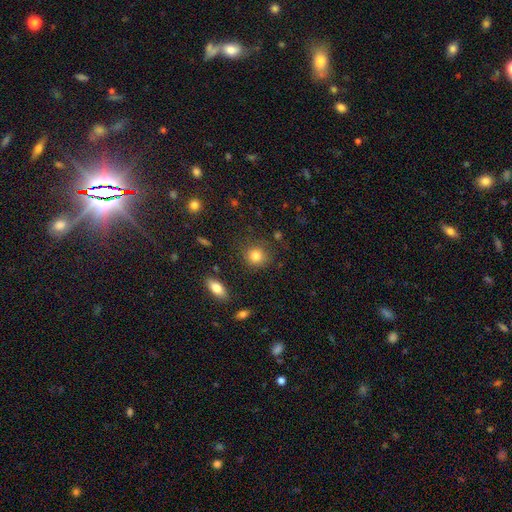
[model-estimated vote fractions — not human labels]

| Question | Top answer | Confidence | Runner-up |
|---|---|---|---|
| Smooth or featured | smooth | 83% | star or artifact (10%) |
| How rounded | round | 86% | in between (13%) |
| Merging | none | 84% | minor disturbance (10%) |